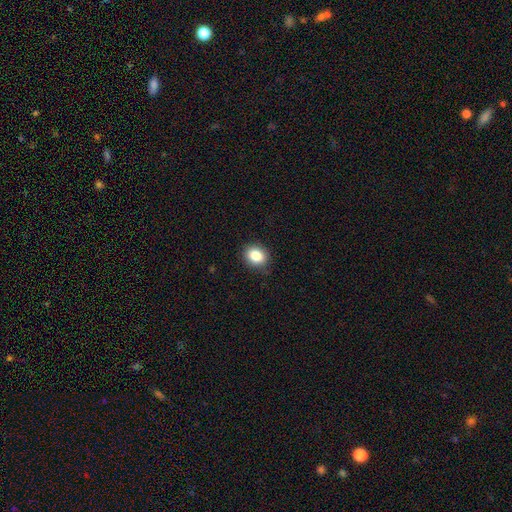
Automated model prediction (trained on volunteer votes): The model was most divided on "how rounded": round: 57%, in between: 42%, cigar-shaped: 1%. More confident: merging — none (87%); smooth or featured — smooth (85%).